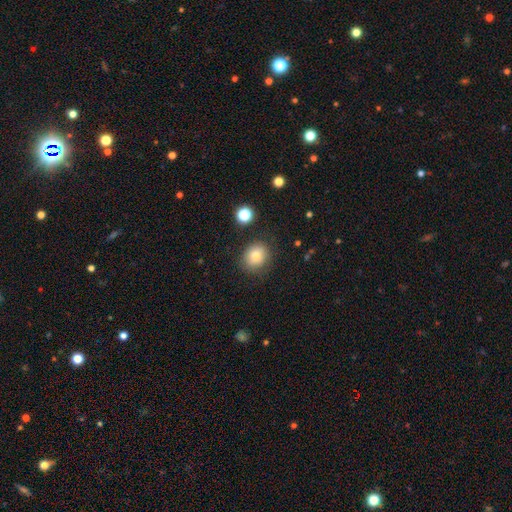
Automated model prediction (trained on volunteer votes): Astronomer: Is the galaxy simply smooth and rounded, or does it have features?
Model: smooth — 78%.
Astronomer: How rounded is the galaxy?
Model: round — 70%.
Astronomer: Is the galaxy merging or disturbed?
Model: none — 82%.